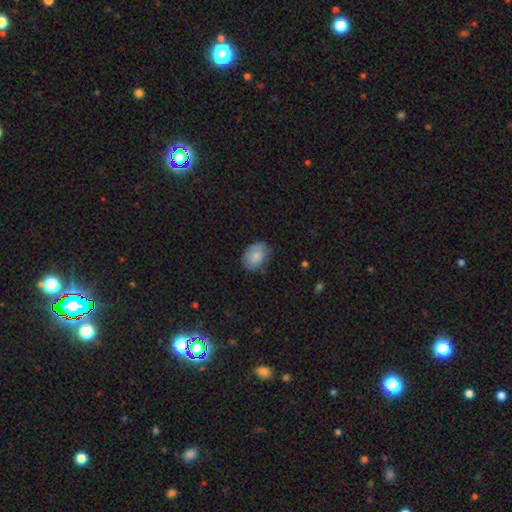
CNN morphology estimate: type=smooth (81%); roundness=in between (65%); merging=none (73%).